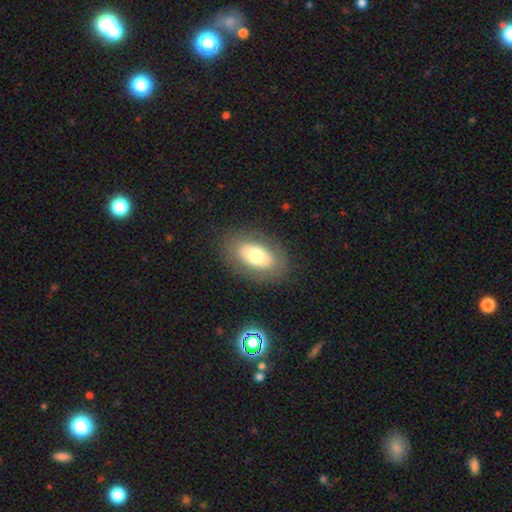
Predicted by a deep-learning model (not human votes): smooth_or_featured: smooth (p=0.61) [alt: featured or disk p=0.31]
how_rounded: in between (p=0.89) [alt: round p=0.09]
merging: none (p=0.84) [alt: minor disturbance p=0.10]